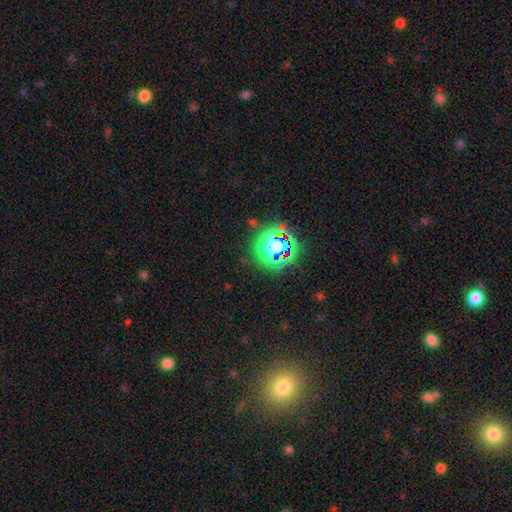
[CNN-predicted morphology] smooth_or_featured: star or artifact (p=0.75) [alt: smooth p=0.17]